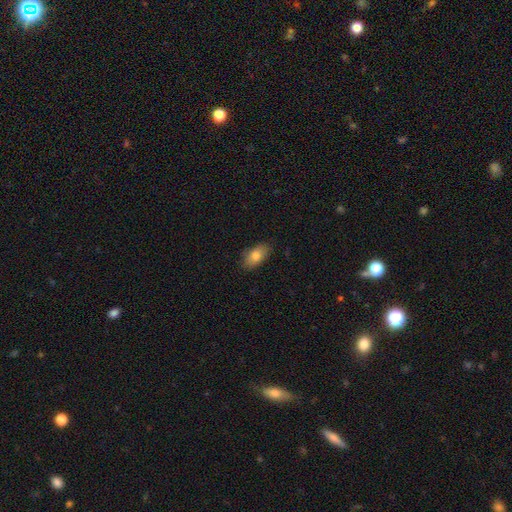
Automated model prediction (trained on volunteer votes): Overall: smooth (79%). How rounded: in between (91%). Merging: none (84%).